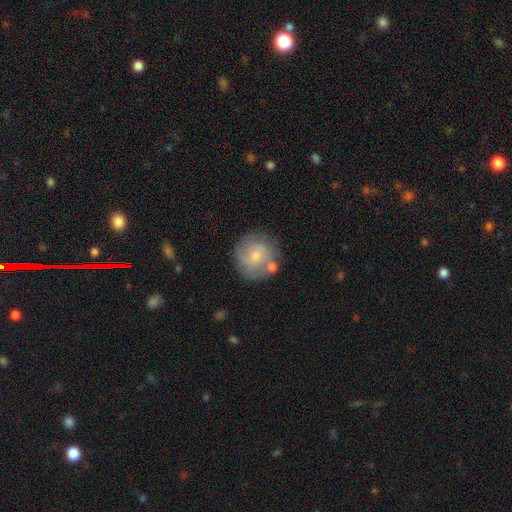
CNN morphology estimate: type=smooth (54%); roundness=round (91%); merging=none (70%).